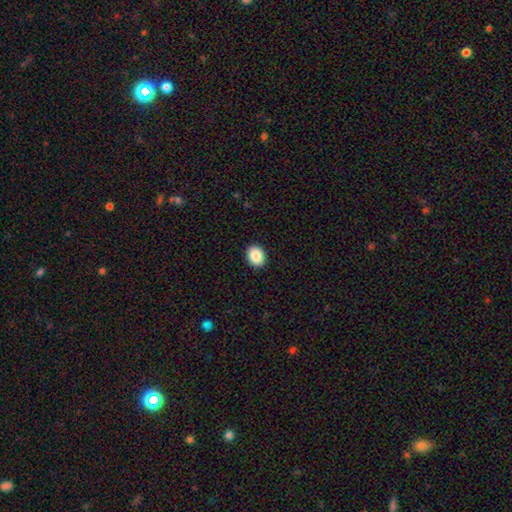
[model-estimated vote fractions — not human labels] Overall: smooth (89%). How rounded: in between (62%; round 37%). Merging: none (92%).